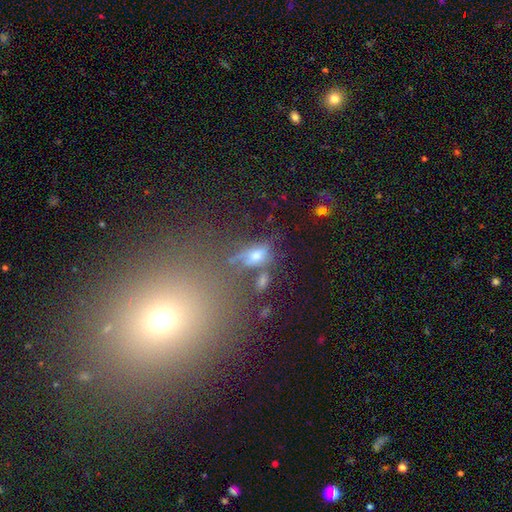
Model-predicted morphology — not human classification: This is possibly a smooth galaxy (52%). How rounded: likely in between (77%). Merging: marginally none (43%).